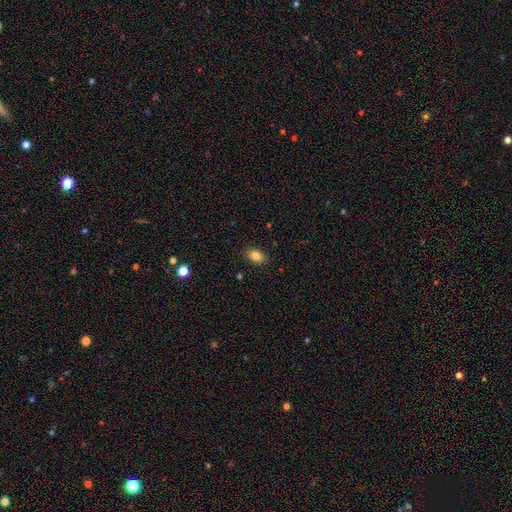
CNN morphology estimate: Smooth or featured? smooth (85%)
How rounded? in between (83%)
Merging? none (86%)